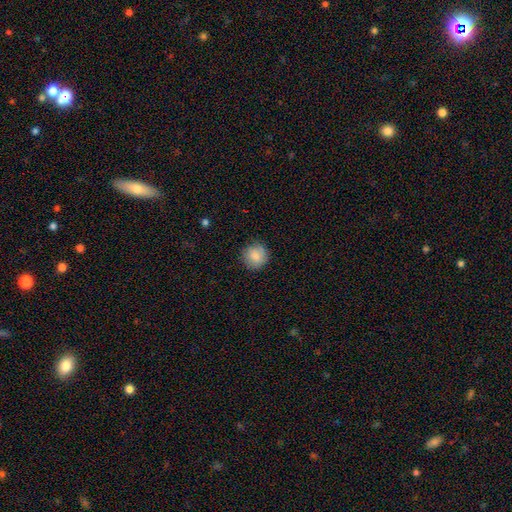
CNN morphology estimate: The model was most divided on "merging": none: 86%, minor disturbance: 10%, major disturbance: 2%, merger: 1%. More confident: how rounded — round (93%); smooth or featured — smooth (86%).